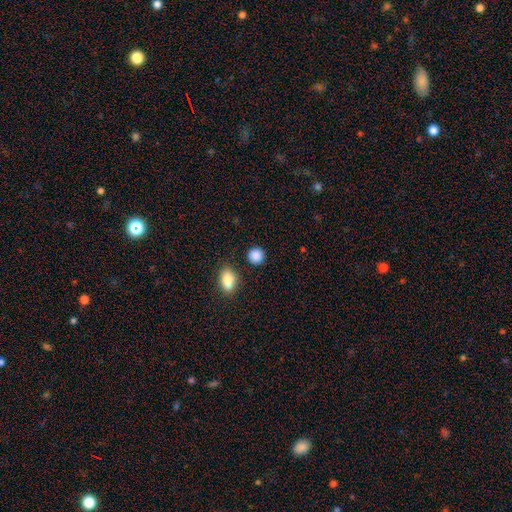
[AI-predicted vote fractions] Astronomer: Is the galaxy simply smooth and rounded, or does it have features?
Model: smooth — 88%.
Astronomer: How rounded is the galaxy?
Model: round — 89%.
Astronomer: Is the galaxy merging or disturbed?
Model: none — 86%.